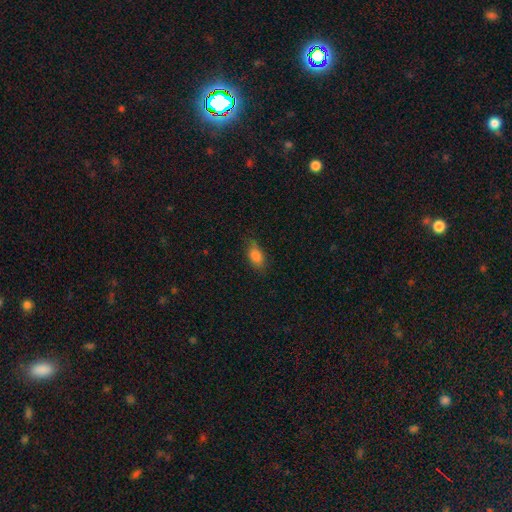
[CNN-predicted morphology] smooth 85%, star or artifact 8%, featured or disk 7%. Down the decision tree: how rounded — in between (87%); merging — none (73%).